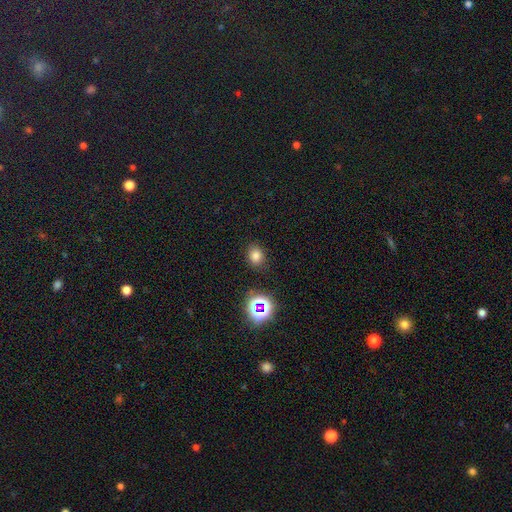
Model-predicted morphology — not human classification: This is likely a smooth galaxy (75%). How rounded: possibly round (52%). Merging: clearly none (85%).